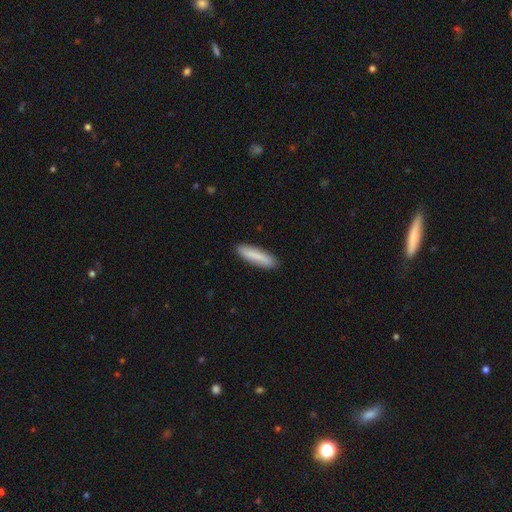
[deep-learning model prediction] This is clearly a smooth galaxy (83%). How rounded: likely cigar-shaped (77%). Merging: clearly none (88%).